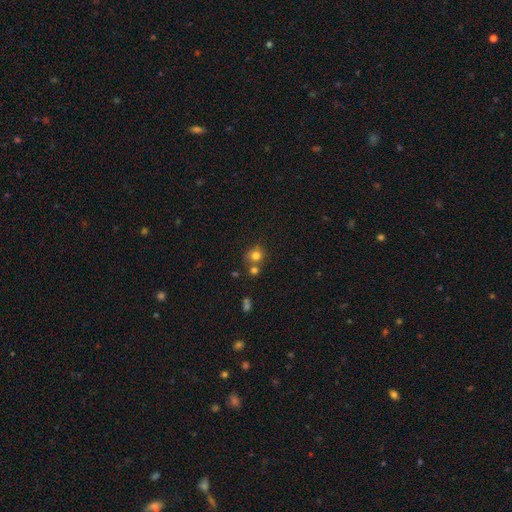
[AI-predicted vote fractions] This appears to be a smooth galaxy with no disk features (78%) that is round (83%). Merging: none (57%).